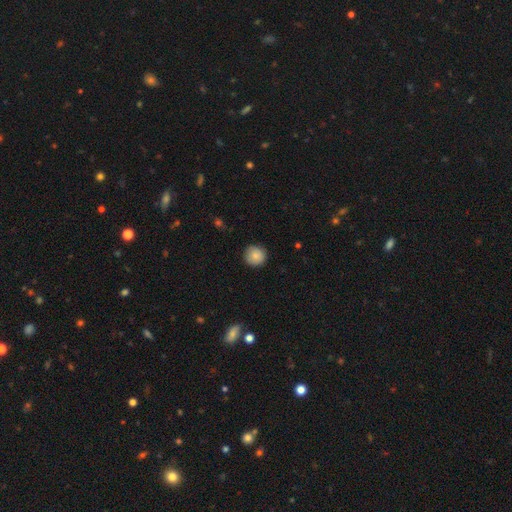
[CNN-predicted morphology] Overall: smooth (84%). How rounded: round (94%). Merging: none (88%).